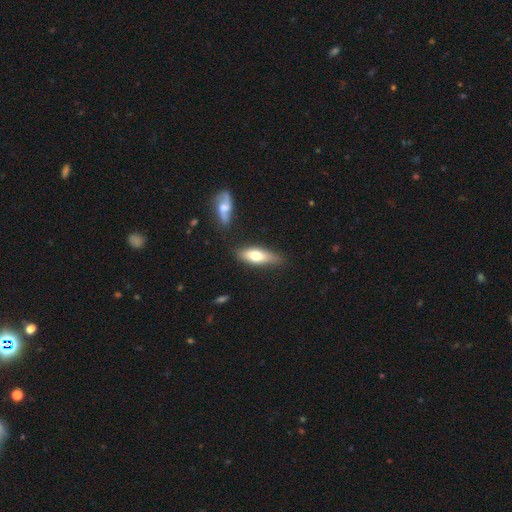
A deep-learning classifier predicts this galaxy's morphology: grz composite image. It shows a smooth galaxy with no disk features (64%) that is in between round and cigar-shaped (59%). Merging: none (70%).